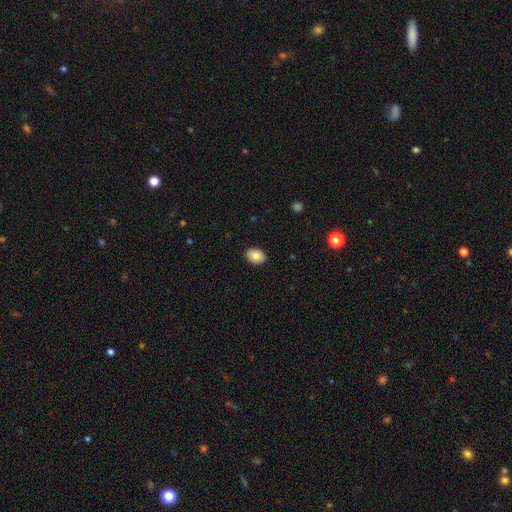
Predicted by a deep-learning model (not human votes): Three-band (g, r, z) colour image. It shows a smooth galaxy with no disk features (84%) that is in between round and cigar-shaped (68%). Merging: none (90%).